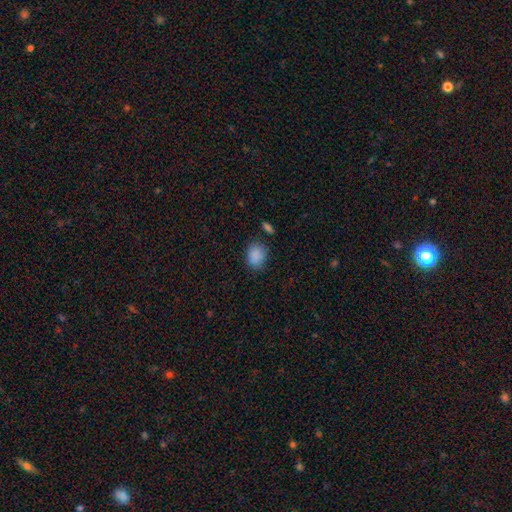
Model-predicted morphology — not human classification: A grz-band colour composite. It shows a smooth galaxy with no disk features (87%) that is round (54%). Merging: none (76%).